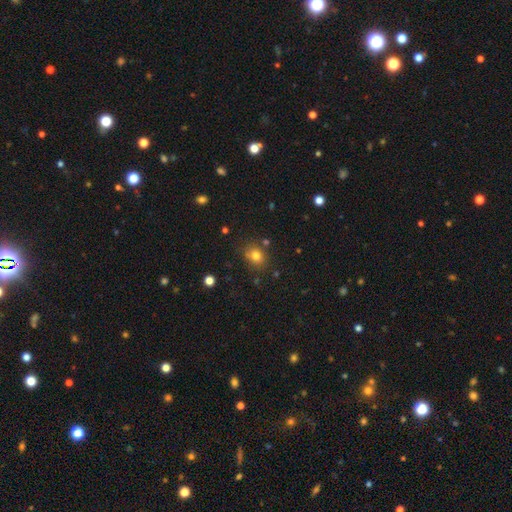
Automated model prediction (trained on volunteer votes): The model was most divided on "how rounded": round: 62%, in between: 37%, cigar-shaped: 1%. More confident: smooth or featured — smooth (78%); merging — none (76%).